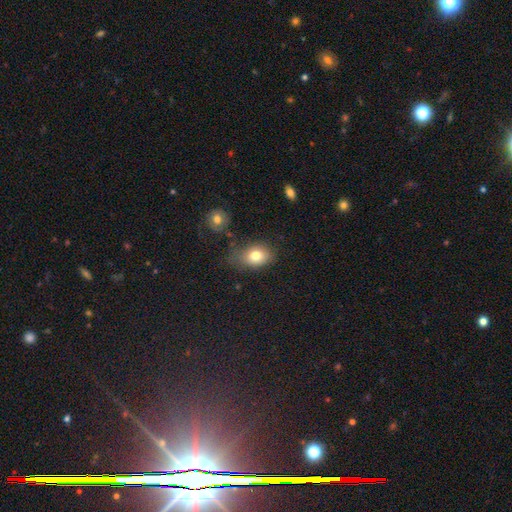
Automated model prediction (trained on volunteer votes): Smooth or featured: smooth — 78% (featured or disk — 12%)
How rounded: in between — 70% (round — 29%)
Merging: none — 60% (minor disturbance — 26%)